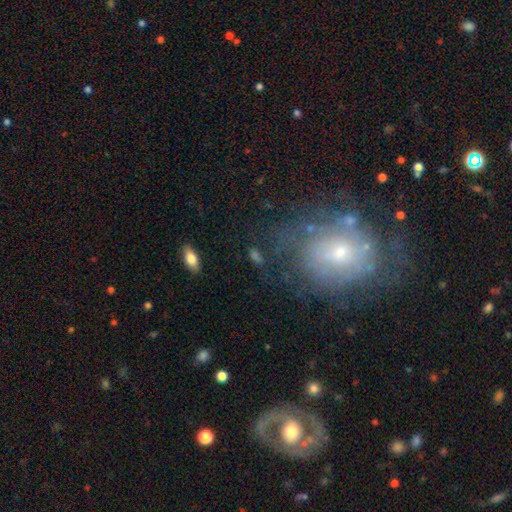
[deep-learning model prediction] Overall: smooth (53%; featured or disk 30%). How rounded: in between (64%; round 26%). Merging: none (67%).